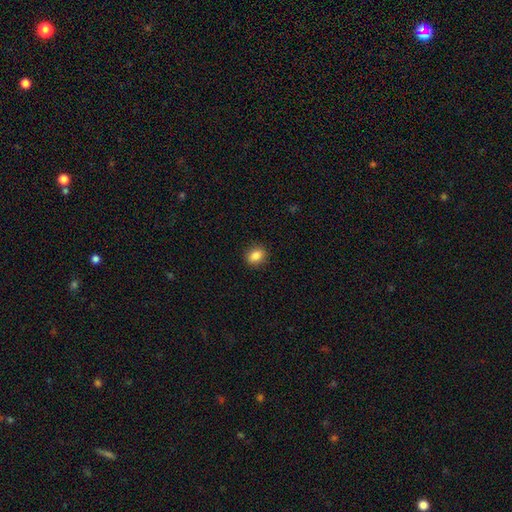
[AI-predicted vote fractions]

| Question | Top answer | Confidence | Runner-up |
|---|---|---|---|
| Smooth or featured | smooth | 85% | star or artifact (9%) |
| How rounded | in between | 51% | round (47%) |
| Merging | none | 89% | minor disturbance (8%) |